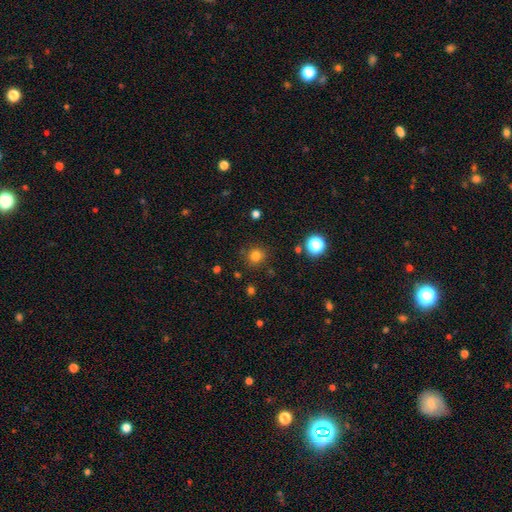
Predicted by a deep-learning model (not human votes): Smooth or featured? smooth (80%)
How rounded? round (91%)
Merging? none (87%)